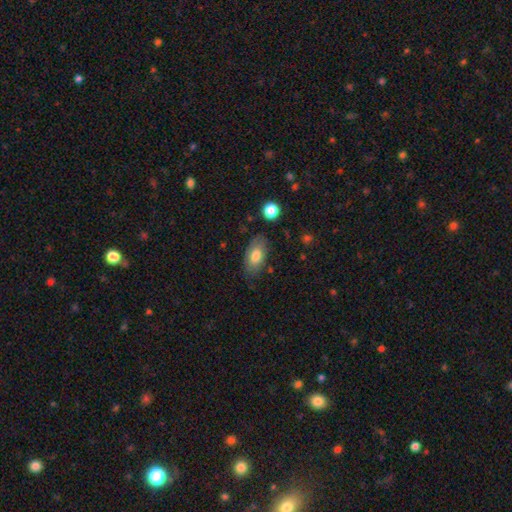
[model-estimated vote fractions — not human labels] A smooth galaxy with no disk features (76%) that is in between round and cigar-shaped (91%). Merging: none (75%).